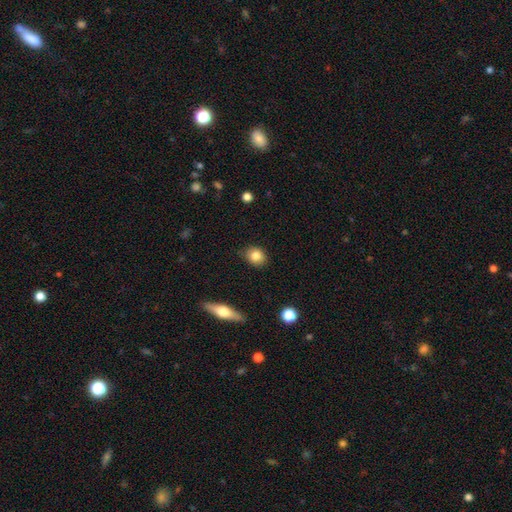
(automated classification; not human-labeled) smooth_or_featured: smooth (p=0.82) [alt: star or artifact p=0.09]
how_rounded: round (p=0.66) [alt: in between p=0.32]
merging: none (p=0.83) [alt: minor disturbance p=0.14]